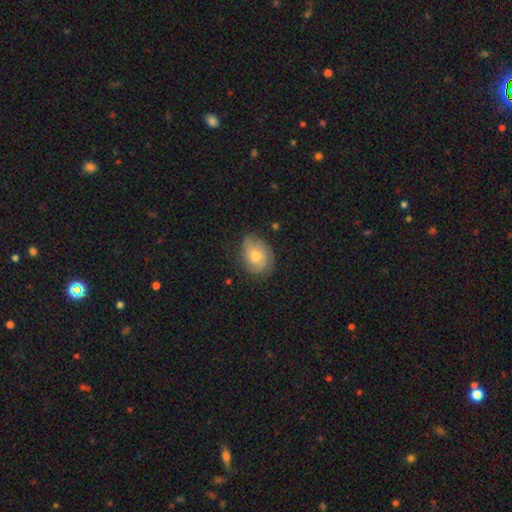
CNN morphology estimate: This appears to be a smooth galaxy with no disk features (57%) that is in between round and cigar-shaped (68%). Merging: none (69%).